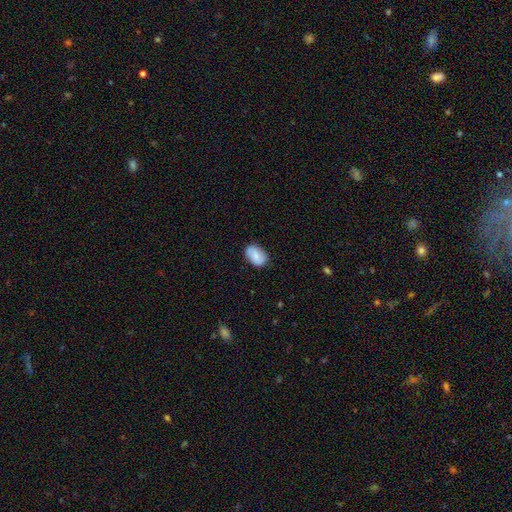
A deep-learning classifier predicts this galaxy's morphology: Smooth or featured? smooth (70%)
How rounded? in between (85%)
Merging? none (81%)